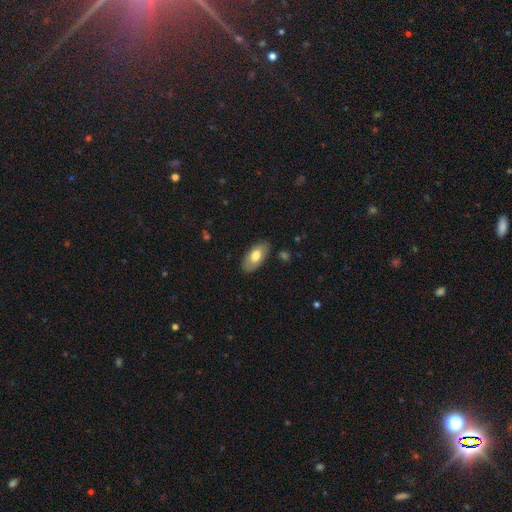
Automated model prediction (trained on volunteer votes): Smooth or featured?
  - smooth: 73% *
  - featured or disk: 21%
  - star or artifact: 6%
How rounded?
  - in between: 93% *
  - cigar-shaped: 4%
  - round: 3%
Merging?
  - none: 84% *
  - minor disturbance: 12%
  - major disturbance: 3%
  - merger: 1%